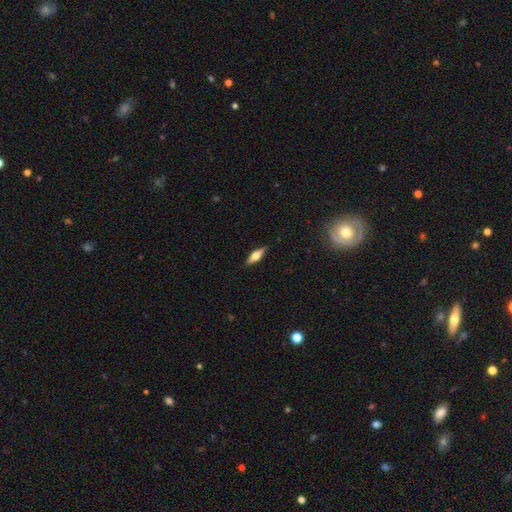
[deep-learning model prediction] smooth-or-featured: featured or disk: 51% | smooth: 43% | star or artifact: 7%
  disk-edge-on: yes: 93% | no: 7%
  merging: none: 87% | minor disturbance: 9% | major disturbance: 2% | merger: 1%